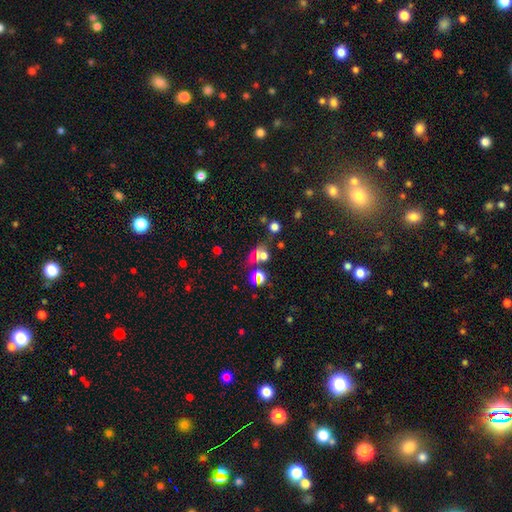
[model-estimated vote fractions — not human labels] Morphology: type=smooth (48%); merging=none (55%).